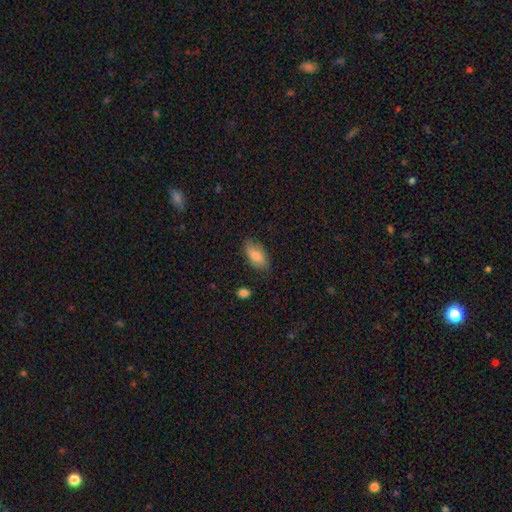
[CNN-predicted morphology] smooth 82%, featured or disk 11%, star or artifact 7%. Down the decision tree: how rounded — in between (91%); merging — none (77%).